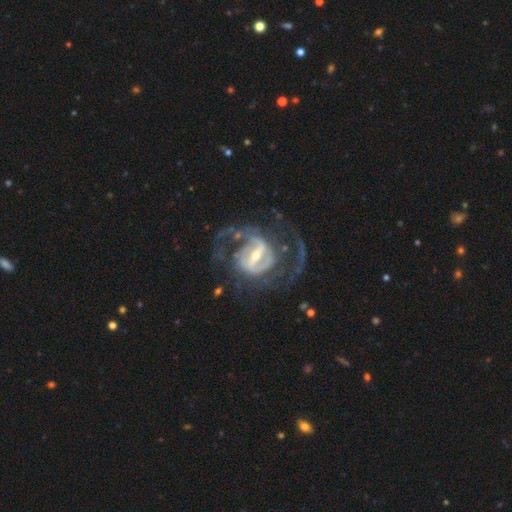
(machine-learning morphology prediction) Smooth or featured? featured or disk (91%)
Edge-on disk? no (97%)
Bar? strong (66%)
Spiral arms? yes (94%)
Spiral winding? medium (46%)
Spiral arm count? 2 (72%)
Bulge size? moderate (50%)
Merging? none (56%)